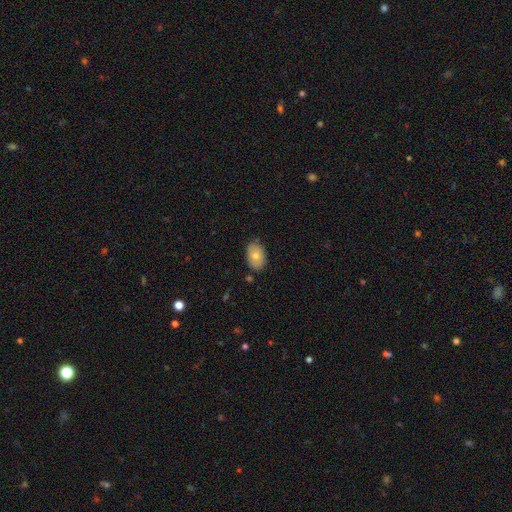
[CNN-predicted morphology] Smooth or featured? Predicted: smooth (p=0.75). How rounded? Predicted: in between (p=0.85). Merging? Predicted: none (p=0.81).